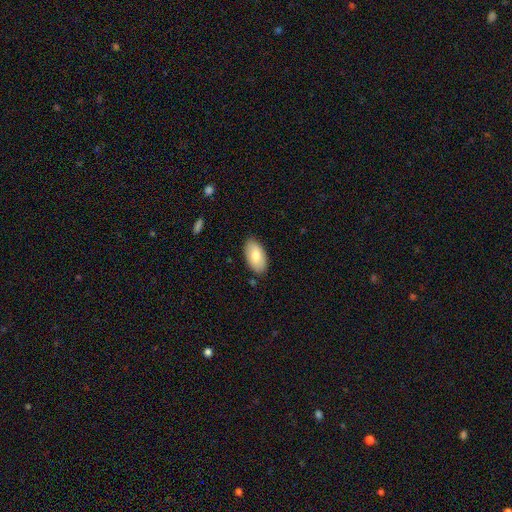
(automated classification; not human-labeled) A smooth galaxy with no disk features (78%) that is in between round and cigar-shaped (95%).

Vote fractions:
- Smooth or featured? smooth: 78% / featured or disk: 16% / star or artifact: 6%
- How rounded? in between: 95% / round: 3% / cigar-shaped: 2%
- Merging? none: 84% / minor disturbance: 12% / major disturbance: 2% / merger: 1%